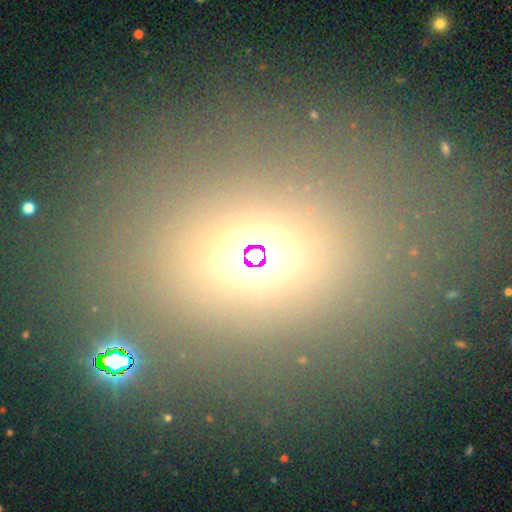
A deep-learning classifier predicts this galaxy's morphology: Smooth or featured? Predicted: smooth (p=0.47). Merging? Predicted: none (p=0.78).